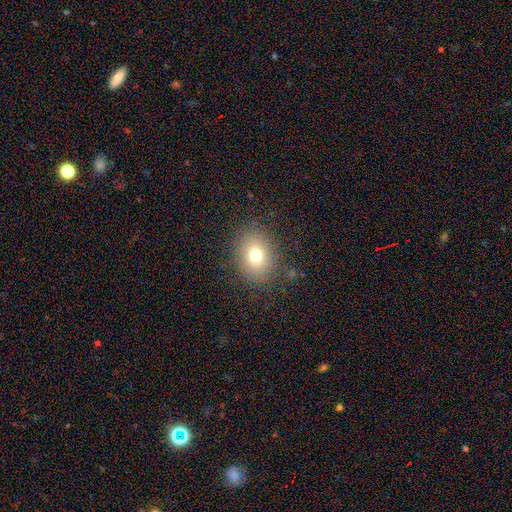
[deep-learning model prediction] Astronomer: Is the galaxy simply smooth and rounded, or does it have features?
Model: smooth — 72%.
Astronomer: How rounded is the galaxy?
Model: in between — 51% (runner-up: round, 48%).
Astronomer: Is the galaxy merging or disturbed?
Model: none — 85%.